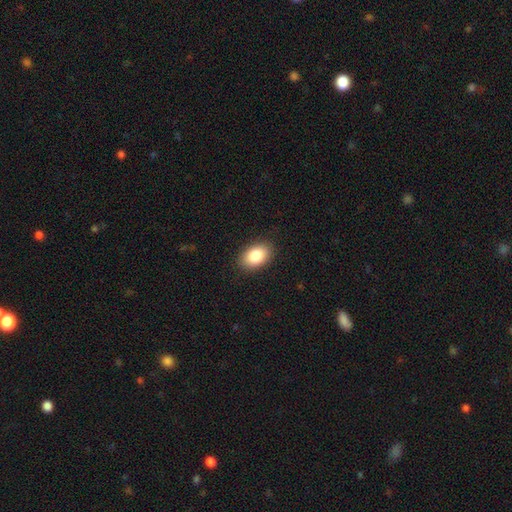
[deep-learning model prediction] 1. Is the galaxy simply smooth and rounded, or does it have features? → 85% smooth, 8% star or artifact, 7% featured or disk.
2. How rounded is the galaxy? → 88% in between, 11% round, 1% cigar-shaped.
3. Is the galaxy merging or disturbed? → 88% none, 9% minor disturbance, 2% major disturbance, 1% merger.